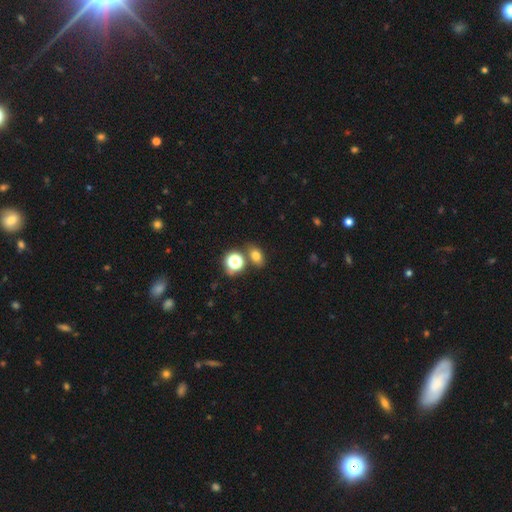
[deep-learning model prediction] smooth 72%, star or artifact 18%, featured or disk 10%. Down the decision tree: how rounded — in between (68%); merging — none (71%).